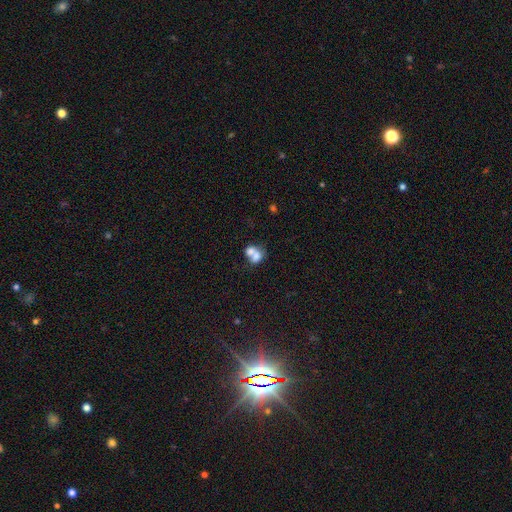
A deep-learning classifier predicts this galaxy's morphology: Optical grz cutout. It shows a smooth galaxy with no disk features (68%) that is in between round and cigar-shaped (54%). Merging: merger (71%).